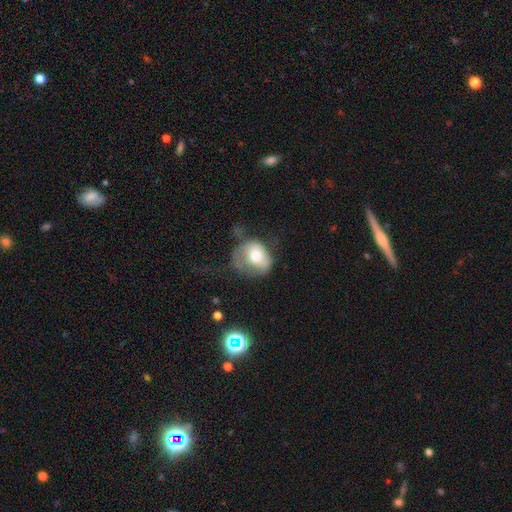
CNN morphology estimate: The model was most divided on "merging": major disturbance: 38%, minor disturbance: 30%, none: 28%, merger: 4%. More confident: smooth or featured — smooth (59%); how rounded — round (57%).